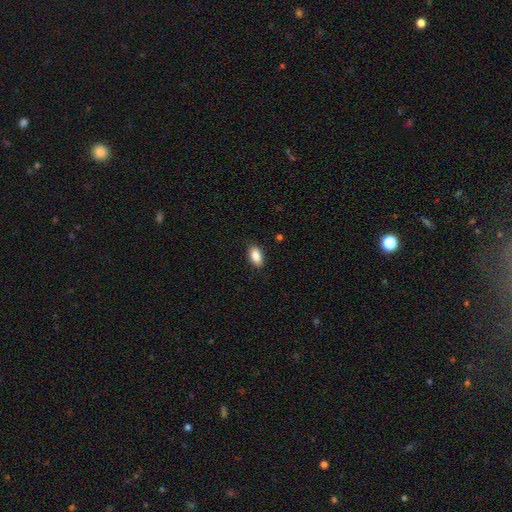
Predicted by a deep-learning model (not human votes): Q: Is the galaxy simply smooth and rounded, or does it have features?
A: smooth — 88%.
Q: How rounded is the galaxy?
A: in between — 91%.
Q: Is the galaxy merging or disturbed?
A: none — 87%.